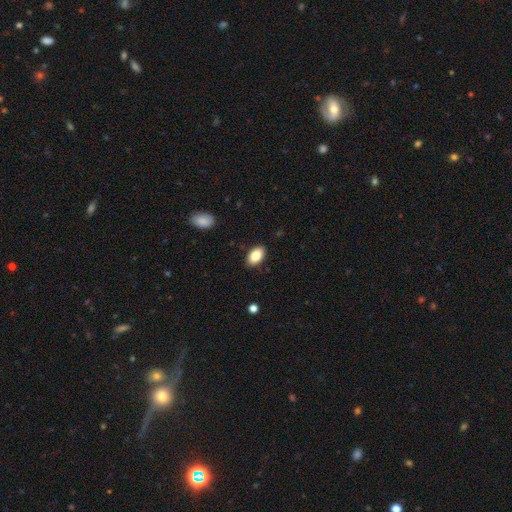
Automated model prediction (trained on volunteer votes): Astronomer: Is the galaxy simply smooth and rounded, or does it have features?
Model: smooth — 85%.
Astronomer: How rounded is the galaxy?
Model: in between — 92%.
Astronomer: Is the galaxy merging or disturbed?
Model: none — 88%.